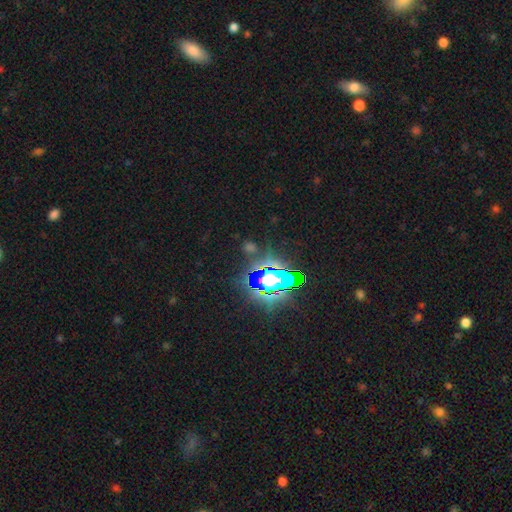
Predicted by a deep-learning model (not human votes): This appears to be a star or artifact, not a galaxy (81%).